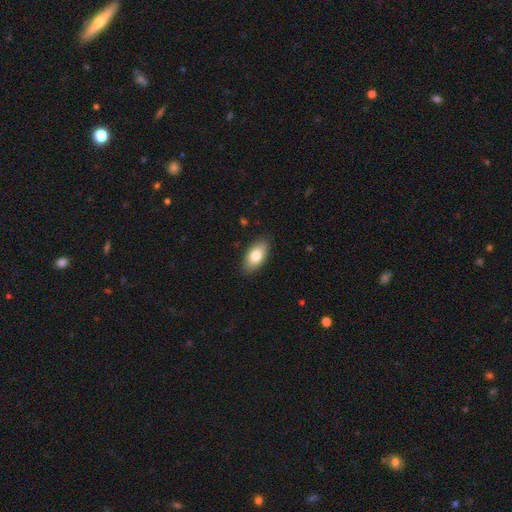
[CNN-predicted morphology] A smooth galaxy with no disk features (78%) that is in between round and cigar-shaped (92%).

Vote fractions:
- Smooth or featured? smooth: 78% / featured or disk: 15% / star or artifact: 7%
- How rounded? in between: 92% / cigar-shaped: 5% / round: 4%
- Merging? none: 87% / minor disturbance: 10% / major disturbance: 2% / merger: 1%